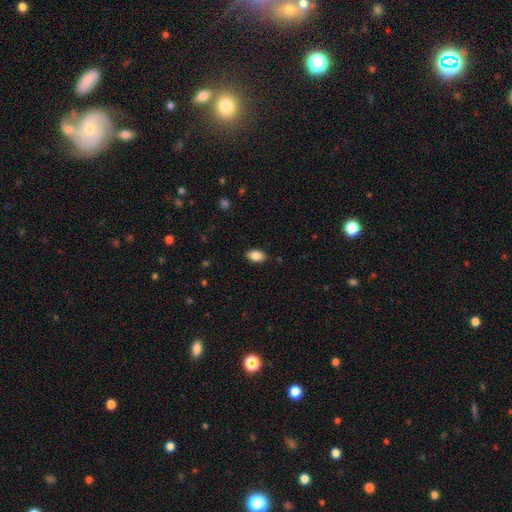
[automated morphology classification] Smooth or featured? smooth (85%)
How rounded? in between (90%)
Merging? none (88%)